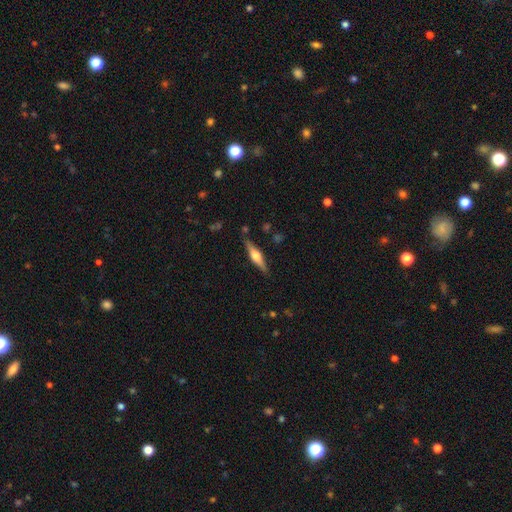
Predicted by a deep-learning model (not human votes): This is likely a featured or disk galaxy (69%). It is clearly viewed edge-on (97%). Edge-on bulge: clearly rounded (91%). Merging: clearly none (87%).